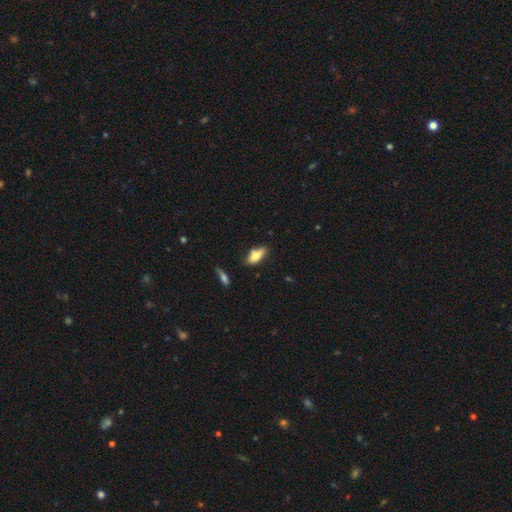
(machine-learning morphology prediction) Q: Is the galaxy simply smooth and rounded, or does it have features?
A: smooth — 74%.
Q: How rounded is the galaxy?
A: in between — 79%.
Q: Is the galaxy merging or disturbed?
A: none — 61%.